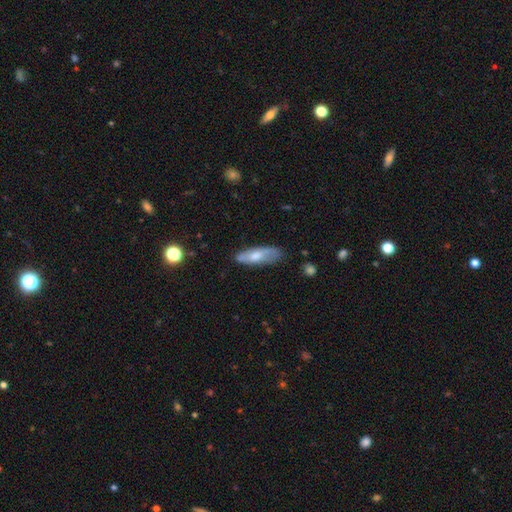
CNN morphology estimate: A smooth galaxy with no disk features (64%) that is in between round and cigar-shaped (54%).

Vote fractions:
- Smooth or featured? smooth: 64% / featured or disk: 30% / star or artifact: 6%
- How rounded? in between: 54% / cigar-shaped: 45% / round: 2%
- Merging? none: 68% / minor disturbance: 23% / major disturbance: 6% / merger: 2%